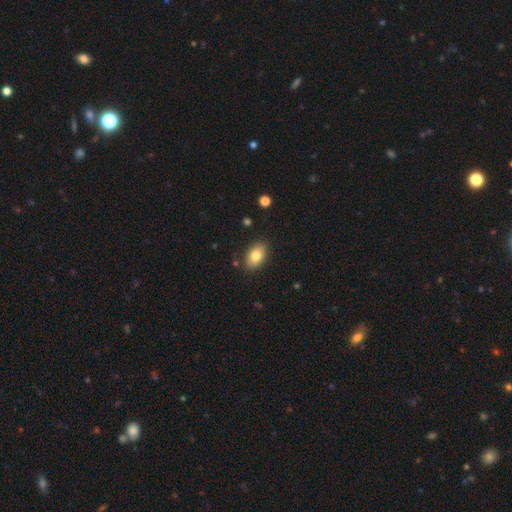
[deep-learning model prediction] Smooth or featured: smooth — 79% (featured or disk — 14%)
How rounded: in between — 91% (round — 8%)
Merging: none — 86% (minor disturbance — 10%)